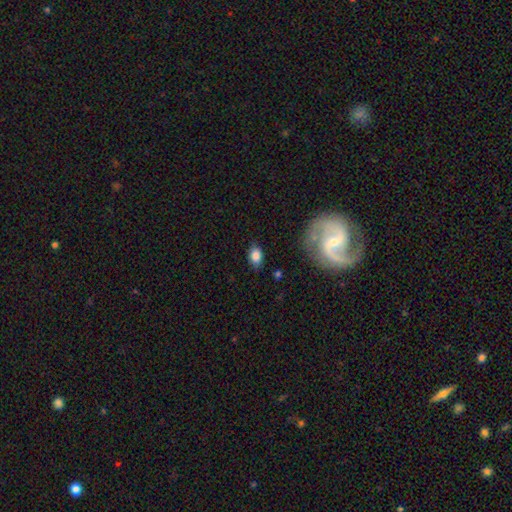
Overall: smooth (85%). How rounded: in between (70%). Merging: none (72%).